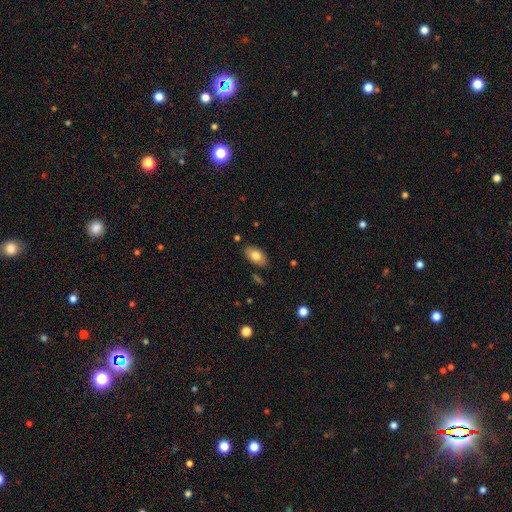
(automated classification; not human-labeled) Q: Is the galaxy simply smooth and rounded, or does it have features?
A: smooth — 78%.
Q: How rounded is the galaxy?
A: in between — 93%.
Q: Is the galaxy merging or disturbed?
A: none — 84%.